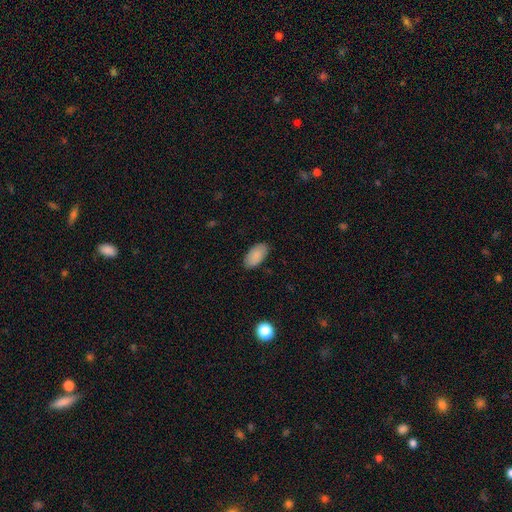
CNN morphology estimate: Q: Smooth or featured?
A: smooth (89%); runner-up: star or artifact (7%)
Q: How rounded?
A: in between (95%); runner-up: cigar-shaped (3%)
Q: Merging?
A: none (87%); runner-up: minor disturbance (10%)